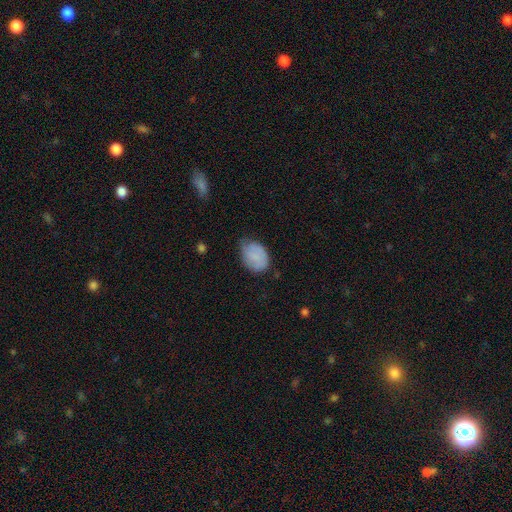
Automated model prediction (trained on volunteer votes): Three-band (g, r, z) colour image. It shows a smooth galaxy with no disk features (77%) that is in between round and cigar-shaped (76%). Merging: none (48%).